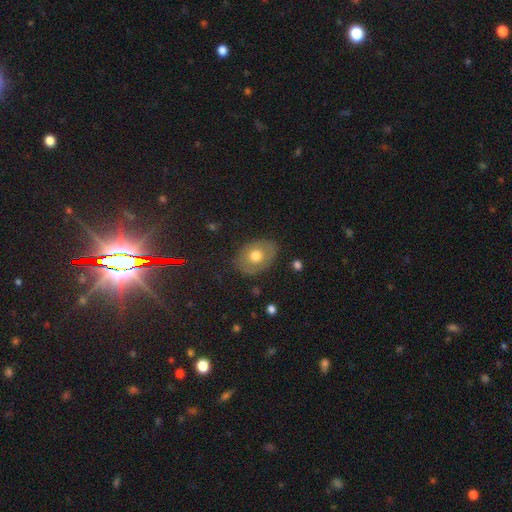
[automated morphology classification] Smooth or featured? Predicted: smooth (p=0.60). How rounded? Predicted: in between (p=0.68). Merging? Predicted: none (p=0.80).